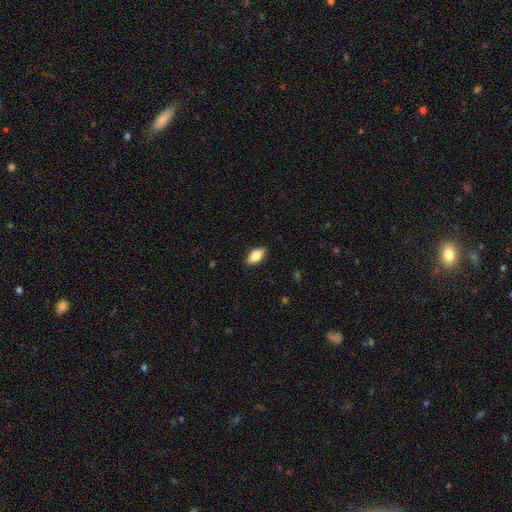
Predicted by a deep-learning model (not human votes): Smooth or featured?
  - smooth: 82% *
  - featured or disk: 11%
  - star or artifact: 7%
How rounded?
  - in between: 89% *
  - cigar-shaped: 7%
  - round: 3%
Merging?
  - none: 87% *
  - minor disturbance: 10%
  - major disturbance: 2%
  - merger: 1%